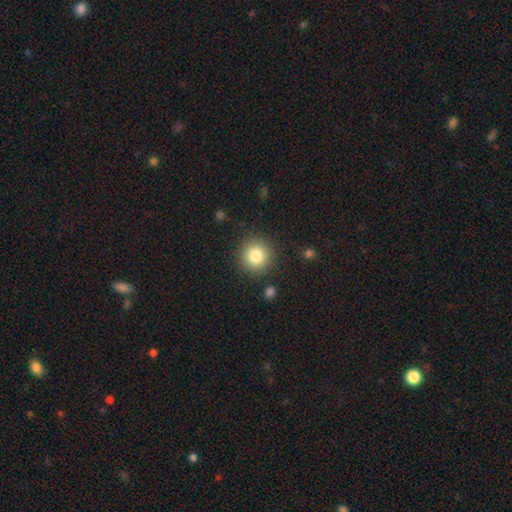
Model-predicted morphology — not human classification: smooth-or-featured: smooth: 82% | star or artifact: 10% | featured or disk: 8%
  how-rounded: round: 94% | in between: 5% | cigar-shaped: 1%
  merging: none: 88% | minor disturbance: 7% | major disturbance: 3% | merger: 2%